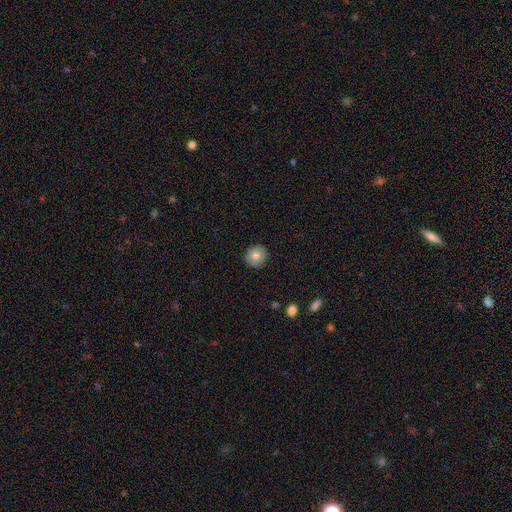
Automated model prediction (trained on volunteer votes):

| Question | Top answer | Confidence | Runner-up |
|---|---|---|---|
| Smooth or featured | smooth | 77% | featured or disk (15%) |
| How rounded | round | 92% | in between (7%) |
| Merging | none | 89% | minor disturbance (8%) |